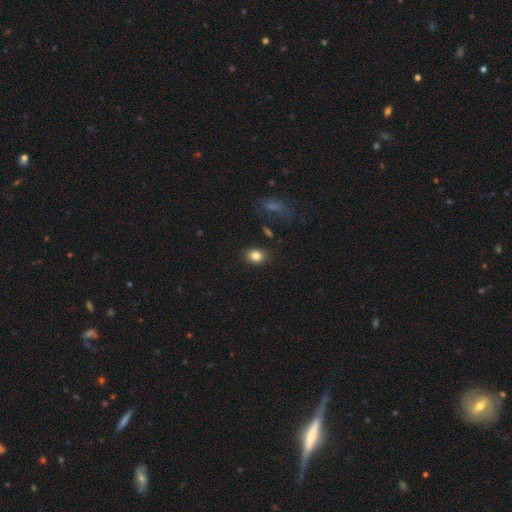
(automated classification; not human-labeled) Smooth or featured? Predicted: smooth (p=0.83). How rounded? Predicted: in between (p=0.52). Merging? Predicted: none (p=0.85).